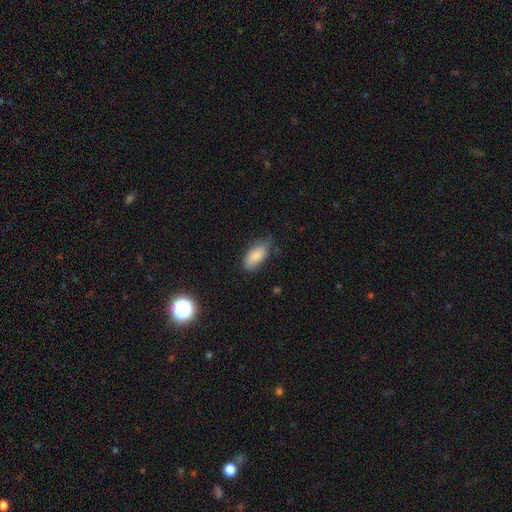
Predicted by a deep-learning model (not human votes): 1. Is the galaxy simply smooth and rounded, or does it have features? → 84% smooth, 8% featured or disk, 7% star or artifact.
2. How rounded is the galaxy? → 92% in between, 5% cigar-shaped, 3% round.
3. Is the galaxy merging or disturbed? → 55% none, 35% minor disturbance, 8% major disturbance, 2% merger.